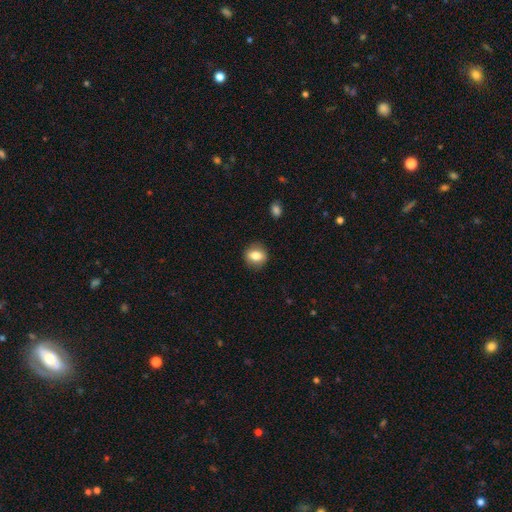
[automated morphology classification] A smooth galaxy with no disk features (77%) that is round (60%). Merging: none (86%).